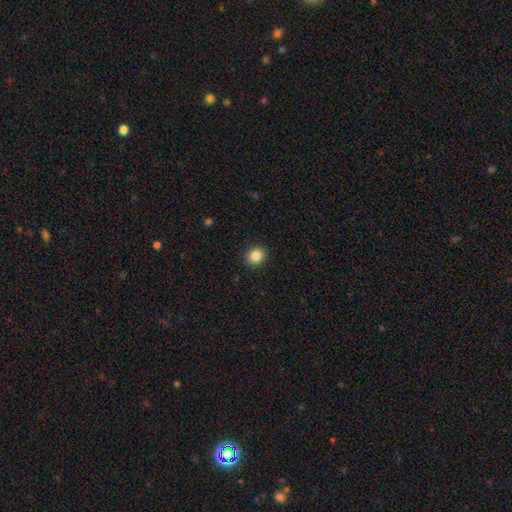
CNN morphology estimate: A smooth galaxy with no disk features (85%) that is round (75%).

Vote fractions:
- Smooth or featured? smooth: 85% / star or artifact: 10% / featured or disk: 5%
- How rounded? round: 75% / in between: 24% / cigar-shaped: 1%
- Merging? none: 91% / minor disturbance: 6% / major disturbance: 2% / merger: 1%